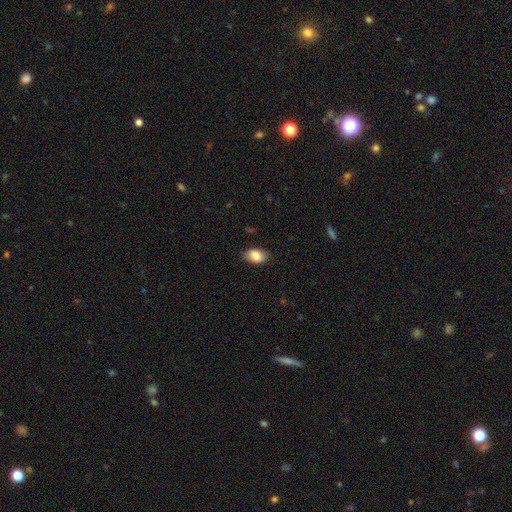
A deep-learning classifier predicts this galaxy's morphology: smooth-or-featured: smooth: 84% | featured or disk: 9% | star or artifact: 7%
  how-rounded: in between: 91% | round: 8% | cigar-shaped: 1%
  merging: none: 84% | minor disturbance: 12% | major disturbance: 3% | merger: 1%